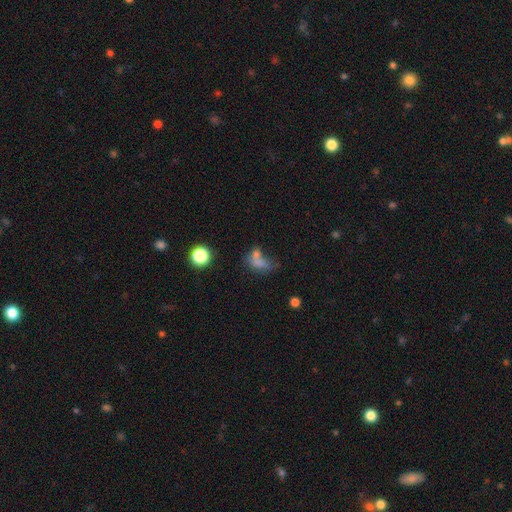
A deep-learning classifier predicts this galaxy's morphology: This is possibly a smooth galaxy (49%). Merging: marginally none (38%).